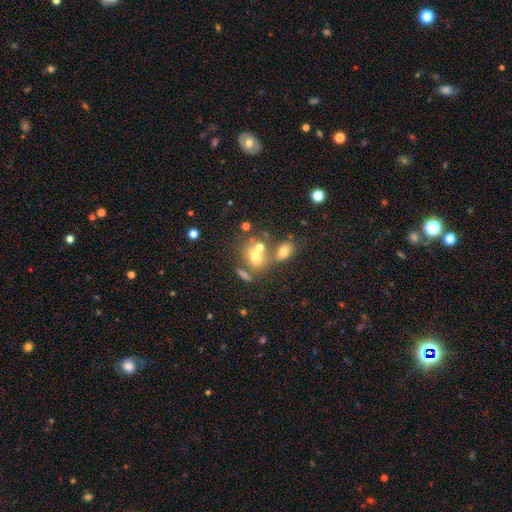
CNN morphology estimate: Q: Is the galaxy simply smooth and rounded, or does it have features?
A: smooth — 64%.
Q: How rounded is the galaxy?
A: round — 57%.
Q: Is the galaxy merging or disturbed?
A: none — 43%.